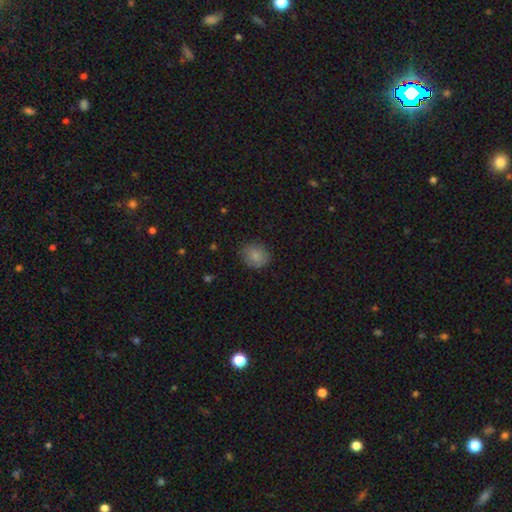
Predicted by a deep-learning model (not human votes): smooth 82%, star or artifact 9%, featured or disk 9%. Down the decision tree: how rounded — round (71%); merging — none (82%).